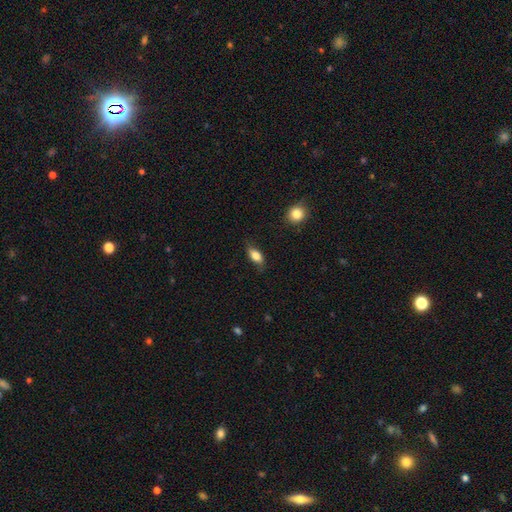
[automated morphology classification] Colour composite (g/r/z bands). It shows a smooth galaxy with no disk features (79%) that is in between round and cigar-shaped (84%). Merging: none (74%).